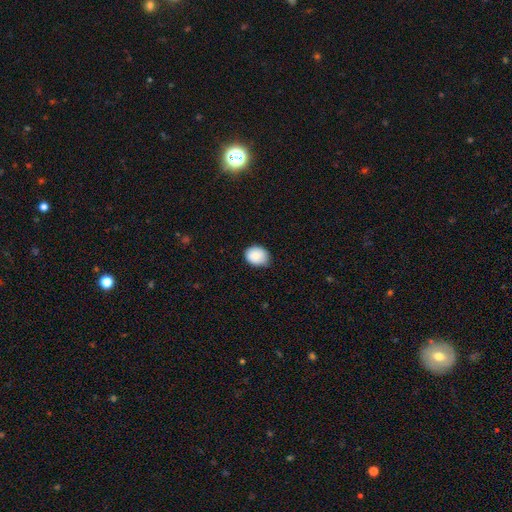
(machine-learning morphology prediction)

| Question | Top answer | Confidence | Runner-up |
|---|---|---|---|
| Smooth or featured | smooth | 87% | star or artifact (8%) |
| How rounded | round | 52% | in between (47%) |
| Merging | none | 74% | minor disturbance (22%) |